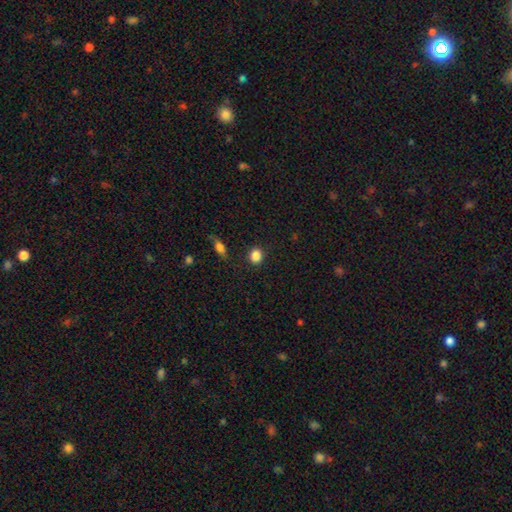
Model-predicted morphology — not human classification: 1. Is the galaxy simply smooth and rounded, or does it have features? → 87% smooth, 9% star or artifact, 4% featured or disk.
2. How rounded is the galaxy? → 69% round, 30% in between, 1% cigar-shaped.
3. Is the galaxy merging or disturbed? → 88% none, 7% minor disturbance, 2% major disturbance, 2% merger.